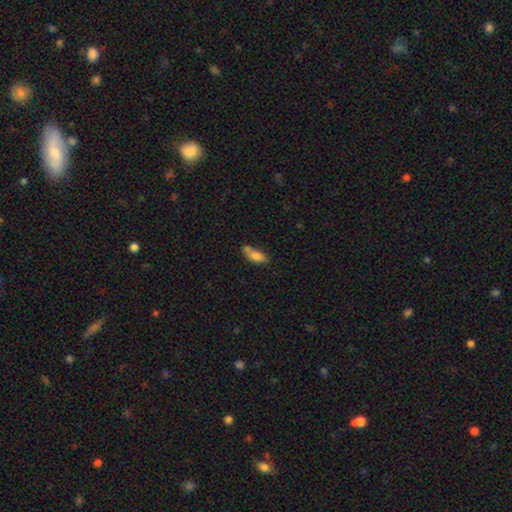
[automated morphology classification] smooth 77%, featured or disk 15%, star or artifact 8%. Down the decision tree: how rounded — in between (76%); merging — none (43%).